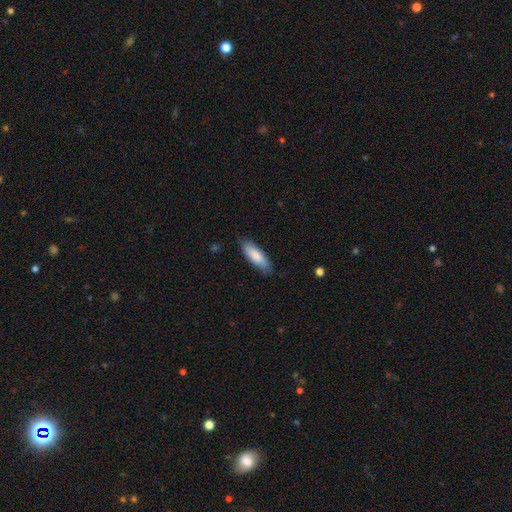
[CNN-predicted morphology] This appears to be a smooth galaxy with no disk features (82%) that is in between round and cigar-shaped (59%). Merging: none (79%).